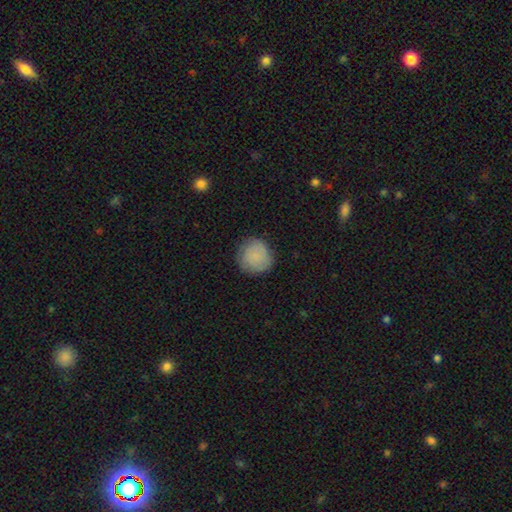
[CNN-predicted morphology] Smooth or featured?
  - smooth: 78% *
  - featured or disk: 15%
  - star or artifact: 7%
How rounded?
  - round: 90% *
  - in between: 9%
  - cigar-shaped: 1%
Merging?
  - none: 80% *
  - minor disturbance: 15%
  - major disturbance: 4%
  - merger: 1%